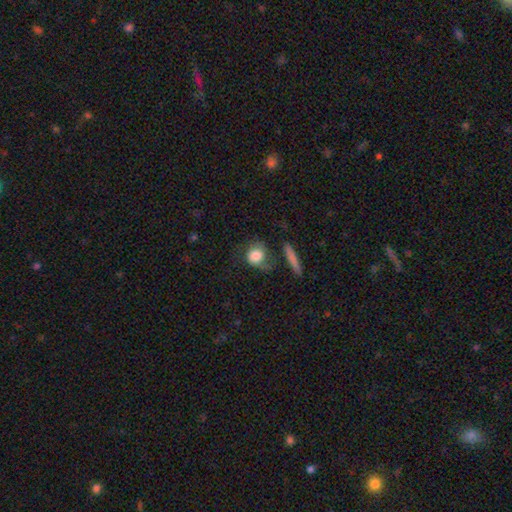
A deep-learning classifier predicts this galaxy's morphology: The model was most divided on "merging": none: 46%, minor disturbance: 24%, major disturbance: 19%, merger: 10%. More confident: smooth or featured — smooth (76%); how rounded — round (66%).